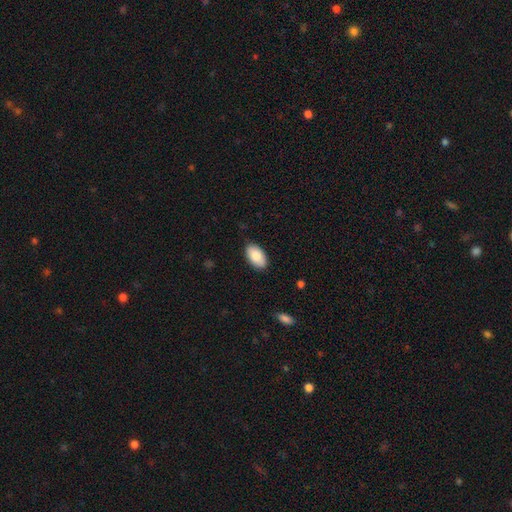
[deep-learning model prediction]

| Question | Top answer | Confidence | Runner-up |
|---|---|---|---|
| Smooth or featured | smooth | 83% | featured or disk (11%) |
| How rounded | in between | 95% | round (4%) |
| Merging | none | 87% | minor disturbance (10%) |